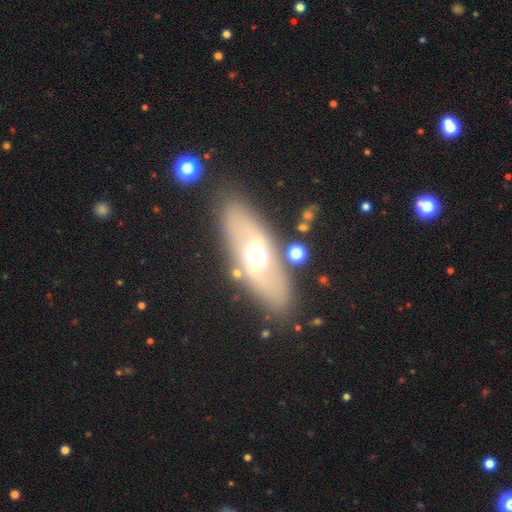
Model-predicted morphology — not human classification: A featured or disk galaxy (51%). Merging: none (82%).